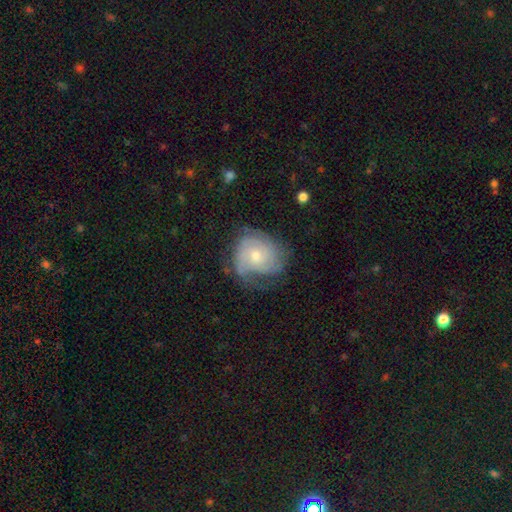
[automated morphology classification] This appears to be a featured or disk galaxy (72%) with no bar (78%), tight (58%) spiral arms (91%) and a moderate central bulge (48%). Merging: none (59%).